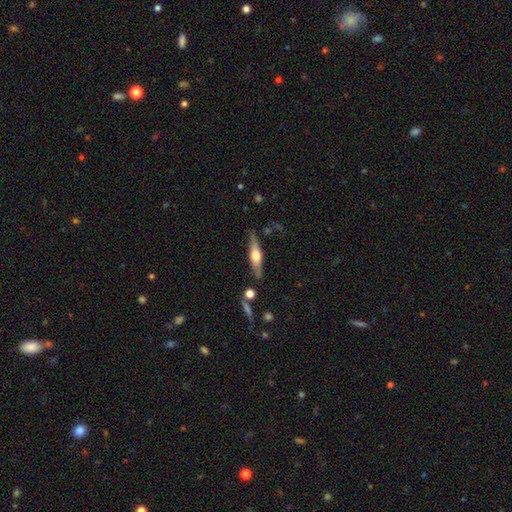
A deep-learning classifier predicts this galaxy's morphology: type=featured or disk (61%); edge-on=yes (94%); edge-on bulge=rounded (89%); merging=none (82%).